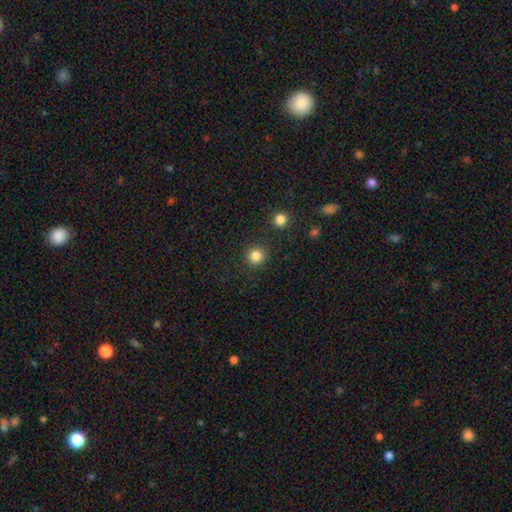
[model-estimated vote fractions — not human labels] This is clearly a smooth galaxy (84%). How rounded: clearly round (93%). Merging: clearly none (90%).